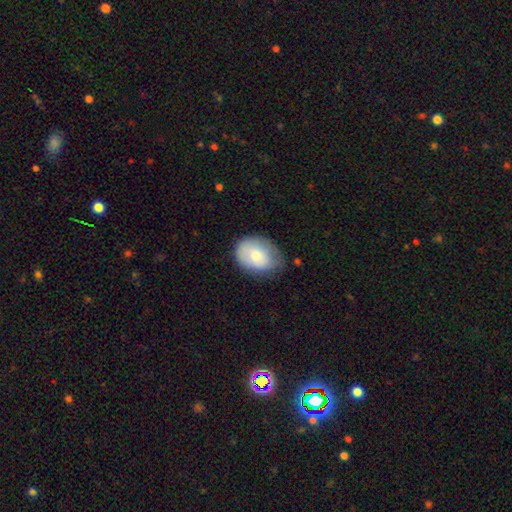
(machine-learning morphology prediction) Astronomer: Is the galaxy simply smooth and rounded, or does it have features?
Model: smooth — 72%.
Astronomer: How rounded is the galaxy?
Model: in between — 67%.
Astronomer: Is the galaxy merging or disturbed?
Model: none — 59%.